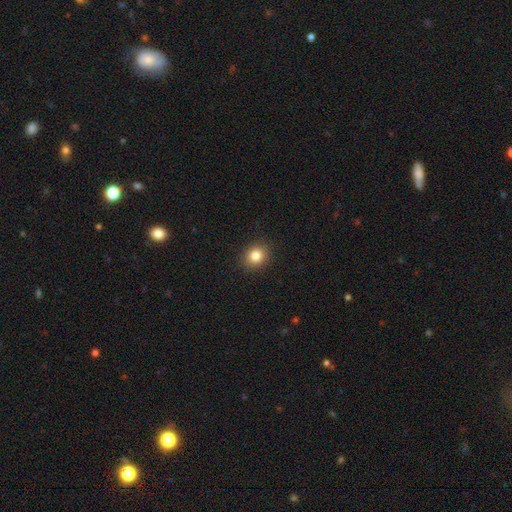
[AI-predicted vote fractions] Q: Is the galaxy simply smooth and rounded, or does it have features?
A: smooth — 83%.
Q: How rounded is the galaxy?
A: round — 72%.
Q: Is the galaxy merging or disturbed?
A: none — 91%.